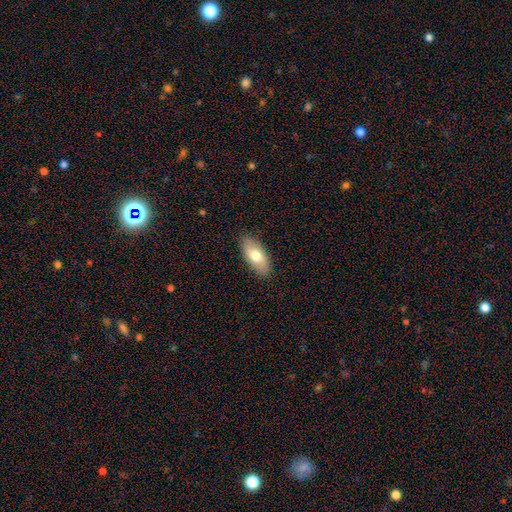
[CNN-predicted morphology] The model was most divided on "smooth or featured": smooth: 72%, featured or disk: 22%, star or artifact: 6%. More confident: how rounded — in between (89%); merging — none (88%).